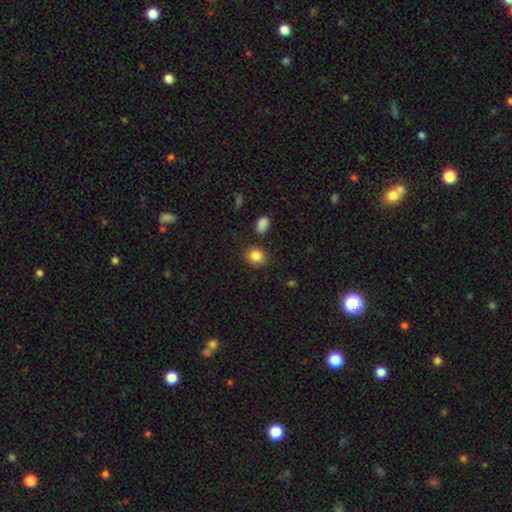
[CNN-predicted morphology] smooth 85%, star or artifact 10%, featured or disk 5%. Down the decision tree: how rounded — round (68%); merging — none (80%).